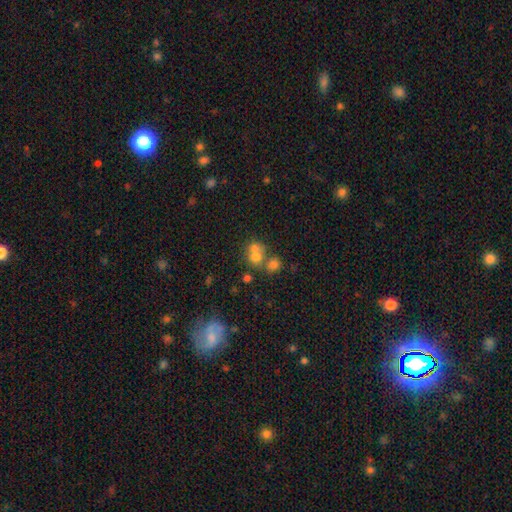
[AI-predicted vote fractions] Overall: smooth (64%). How rounded: round (79%). Merging: merger (53%; none 37%).